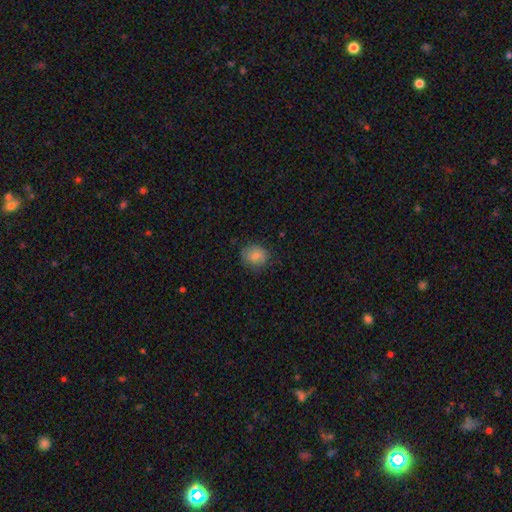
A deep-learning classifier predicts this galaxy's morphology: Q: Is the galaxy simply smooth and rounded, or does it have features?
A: smooth — 80%.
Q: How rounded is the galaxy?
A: round — 75%.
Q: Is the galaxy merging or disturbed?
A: none — 79%.